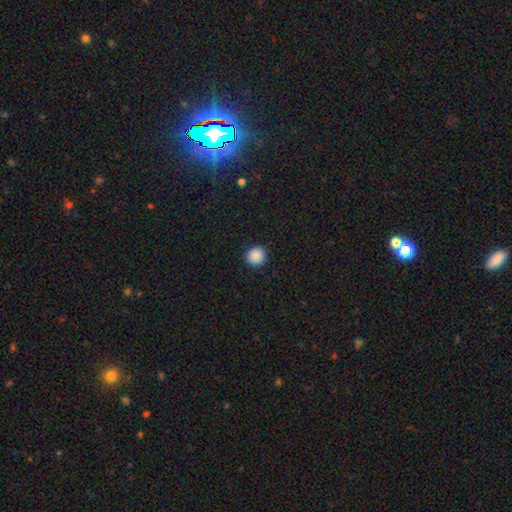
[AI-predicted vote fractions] smooth-or-featured: smooth: 89% | star or artifact: 9% | featured or disk: 2%
  how-rounded: round: 93% | in between: 7% | cigar-shaped: 1%
  merging: none: 91% | minor disturbance: 6% | major disturbance: 2% | merger: 1%